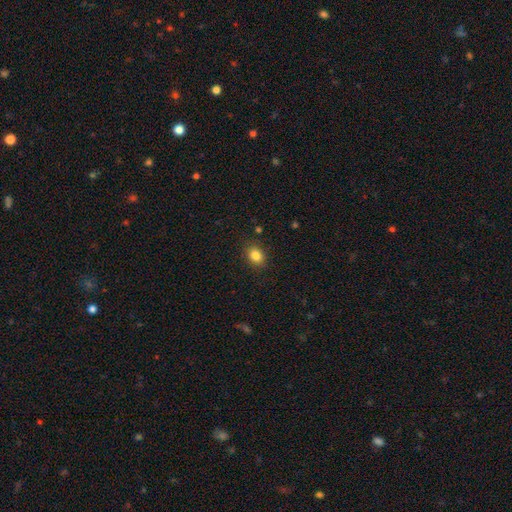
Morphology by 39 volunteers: smooth-or-featured: smooth: 82% | star or artifact: 13% | featured or disk: 5%
  how-rounded: in between: 66% | round: 34% | cigar-shaped: 0%
  merging: none: 82% | minor disturbance: 9% | merger: 6% | major disturbance: 3%